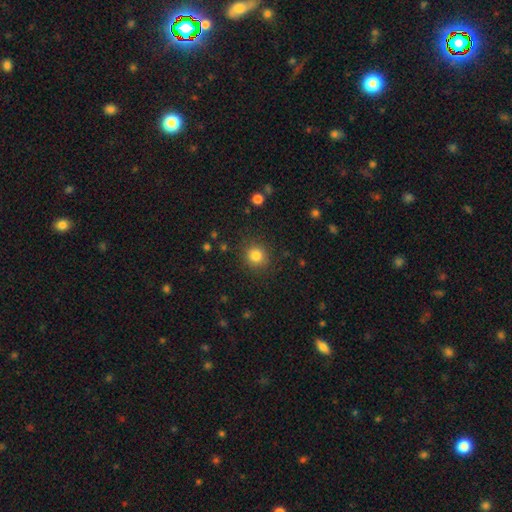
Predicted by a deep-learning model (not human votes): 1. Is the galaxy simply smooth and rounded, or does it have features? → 83% smooth, 12% star or artifact, 5% featured or disk.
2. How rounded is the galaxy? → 90% round, 9% in between, 1% cigar-shaped.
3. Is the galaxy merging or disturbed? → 88% none, 8% minor disturbance, 3% major disturbance, 1% merger.